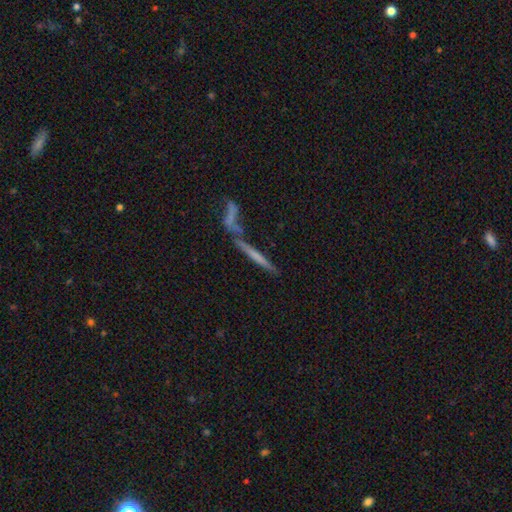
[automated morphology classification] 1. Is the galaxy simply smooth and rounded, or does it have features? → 45% smooth, 44% featured or disk, 10% star or artifact.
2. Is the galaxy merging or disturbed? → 46% none, 36% merger, 11% minor disturbance, 7% major disturbance.